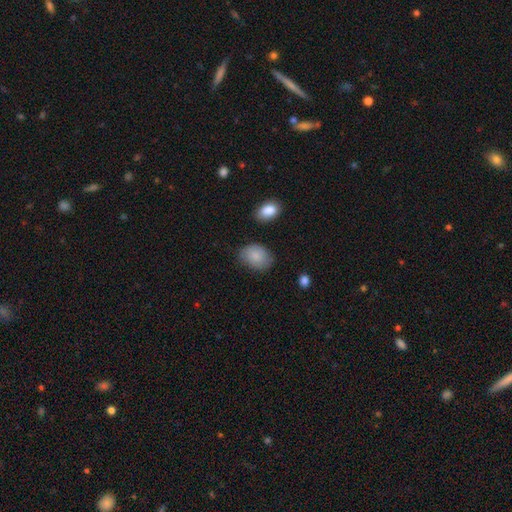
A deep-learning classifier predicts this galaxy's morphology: smooth 83%, featured or disk 10%, star or artifact 7%. Down the decision tree: how rounded — in between (71%); merging — none (72%).